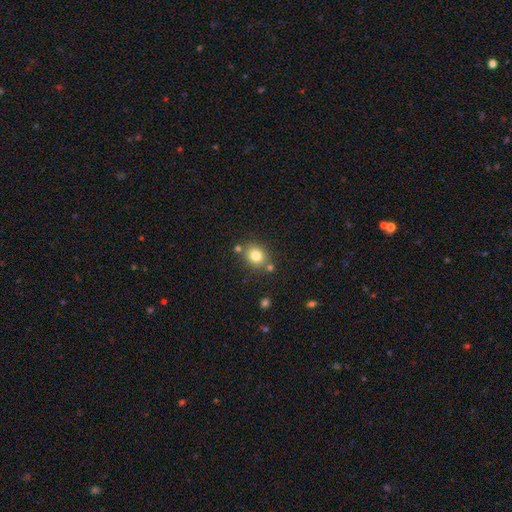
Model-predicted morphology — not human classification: Smooth or featured?
  - smooth: 81% *
  - star or artifact: 11%
  - featured or disk: 8%
How rounded?
  - round: 65% *
  - in between: 34%
  - cigar-shaped: 1%
Merging?
  - none: 75% *
  - minor disturbance: 11%
  - merger: 11%
  - major disturbance: 3%